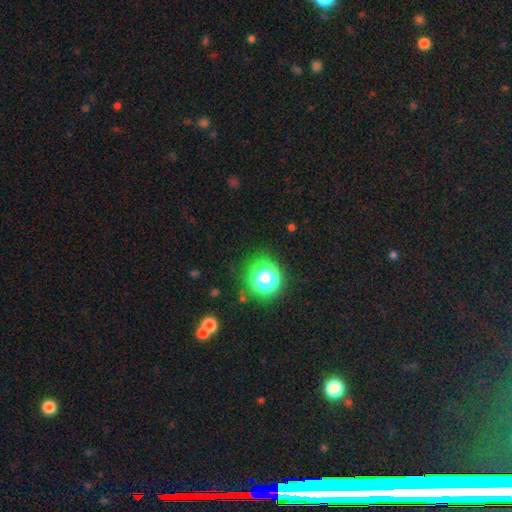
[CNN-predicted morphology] Smooth or featured?
  - star or artifact: 63% *
  - smooth: 32%
  - featured or disk: 6%